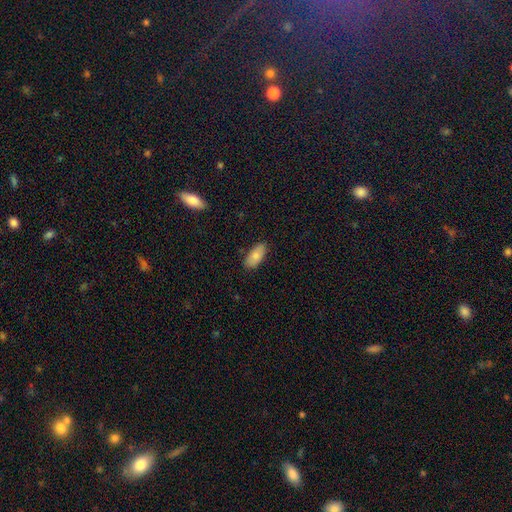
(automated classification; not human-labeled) Q: Smooth or featured?
A: smooth (83%); runner-up: featured or disk (11%)
Q: How rounded?
A: in between (91%); runner-up: cigar-shaped (7%)
Q: Merging?
A: none (85%); runner-up: minor disturbance (12%)